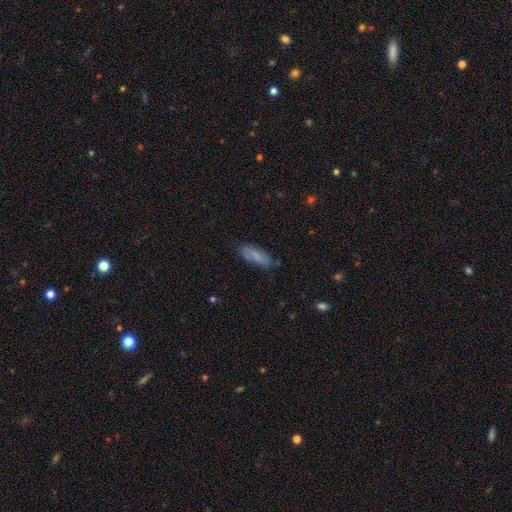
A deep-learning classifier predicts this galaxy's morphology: A smooth galaxy with no disk features (60%) that is in between round and cigar-shaped (67%).

Vote fractions:
- Smooth or featured? smooth: 60% / featured or disk: 32% / star or artifact: 8%
- How rounded? in between: 67% / cigar-shaped: 30% / round: 2%
- Merging? none: 75% / minor disturbance: 19% / major disturbance: 4% / merger: 2%